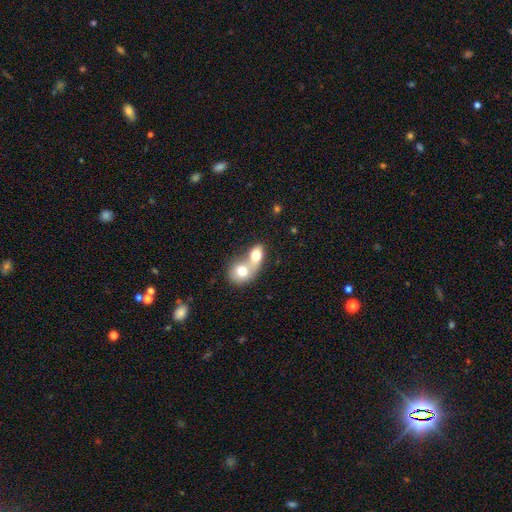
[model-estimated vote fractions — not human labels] Morphology: type=smooth (73%); roundness=in between (55%); merging=merger (79%).